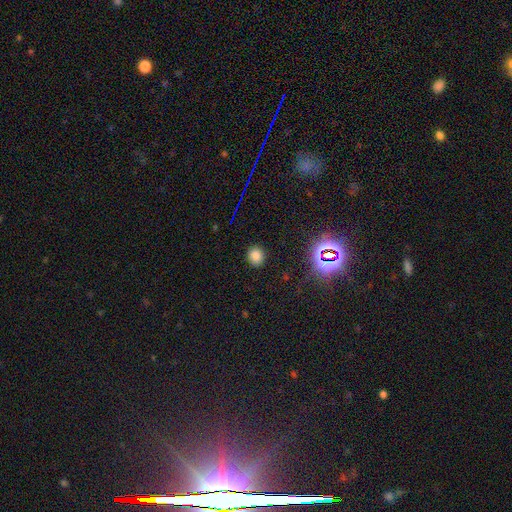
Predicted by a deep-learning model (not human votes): This appears to be a smooth galaxy with no disk features (77%) that is round (74%). Merging: none (88%).